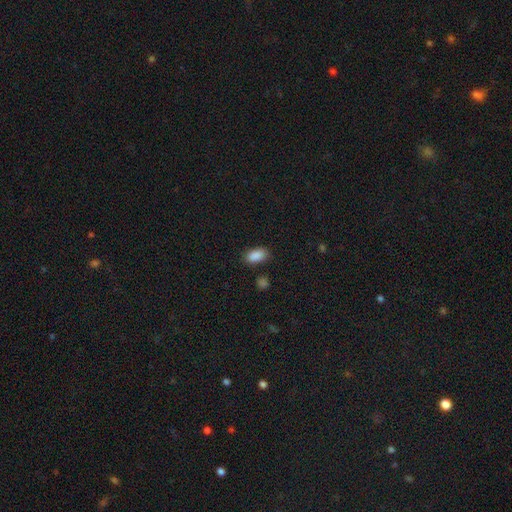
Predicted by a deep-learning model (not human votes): The model was most divided on "merging": none: 83%, minor disturbance: 11%, major disturbance: 3%, merger: 3%. More confident: how rounded — in between (92%); smooth or featured — smooth (89%).